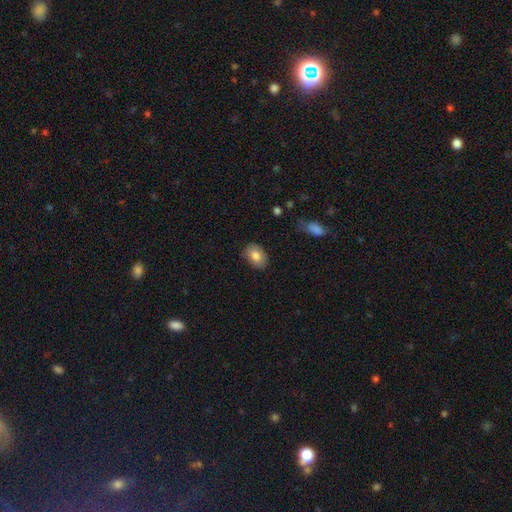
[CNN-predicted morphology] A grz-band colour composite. It shows a smooth galaxy with no disk features (80%) that is in between round and cigar-shaped (84%). Merging: none (83%).